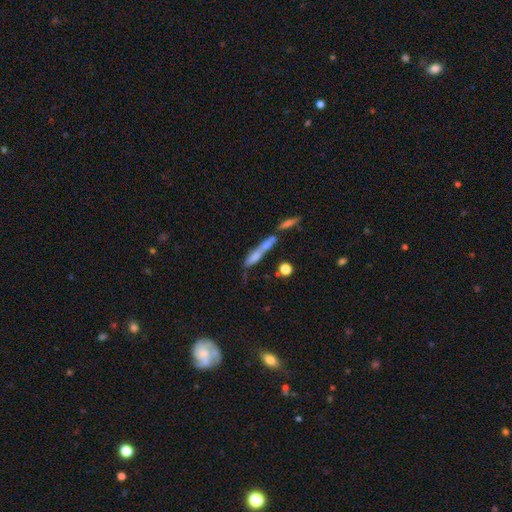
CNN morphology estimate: smooth 59%, featured or disk 30%, star or artifact 11%. Down the decision tree: how rounded — cigar-shaped (75%); merging — merger (48%).